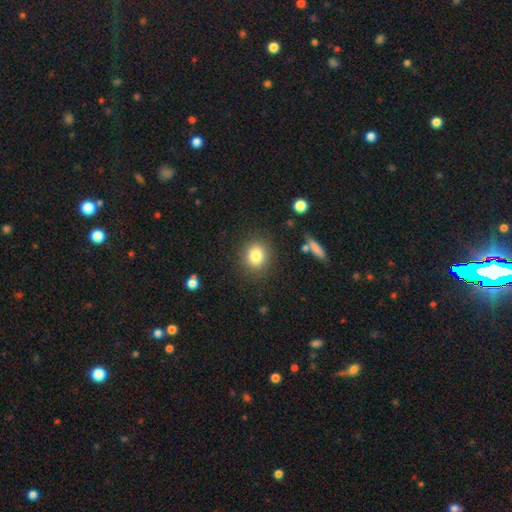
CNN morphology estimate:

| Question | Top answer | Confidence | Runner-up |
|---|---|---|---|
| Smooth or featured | smooth | 82% | star or artifact (10%) |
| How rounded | round | 78% | in between (21%) |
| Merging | none | 86% | minor disturbance (9%) |